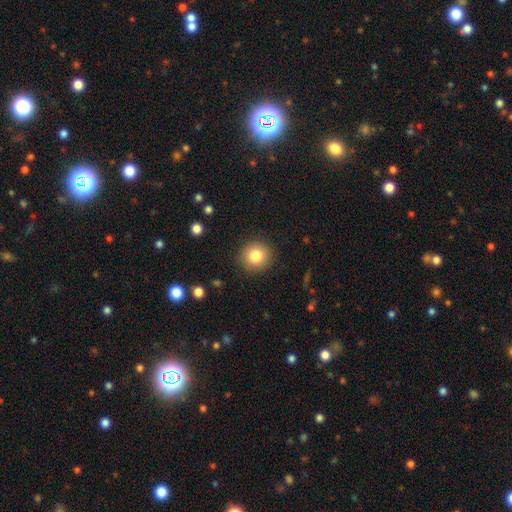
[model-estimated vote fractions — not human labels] A smooth galaxy with no disk features (83%) that is round (88%). Merging: none (89%).